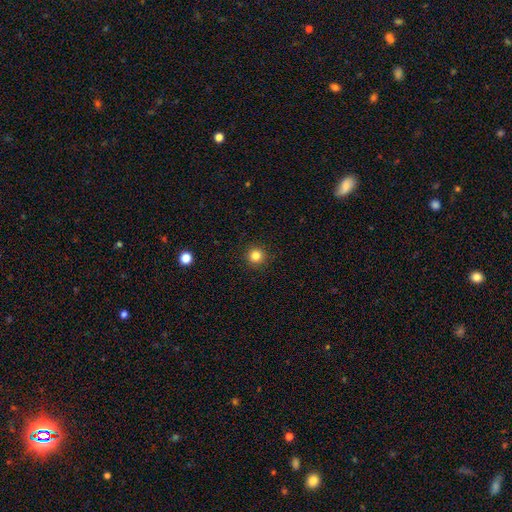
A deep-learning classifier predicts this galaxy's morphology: A smooth galaxy with no disk features (83%) that is round (96%). Merging: none (92%).